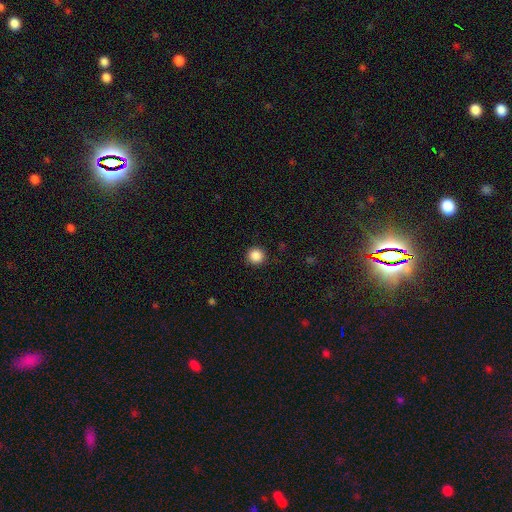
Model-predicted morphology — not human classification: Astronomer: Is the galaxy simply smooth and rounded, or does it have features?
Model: smooth — 87%.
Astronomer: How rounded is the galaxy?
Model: round — 95%.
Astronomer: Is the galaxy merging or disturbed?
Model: none — 91%.